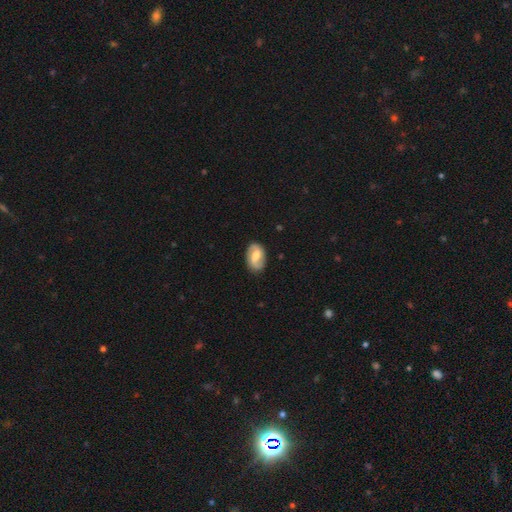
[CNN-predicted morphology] This is likely a featured or disk galaxy (65%). It is clearly not viewed edge-on (96%). Bar: possibly weak (52%). Spiral arm pattern: clearly yes (86%). Spiral arm count: clearly 2 (85%). Spiral winding: marginally medium (43%). Central bulge: possibly moderate (55%). Merging: clearly none (82%).